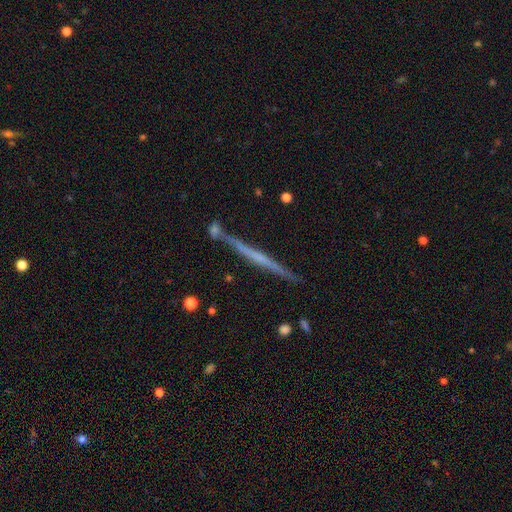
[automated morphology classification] type=featured or disk (70%); edge-on=yes (98%); edge-on bulge=none (67%); merging=none (83%).